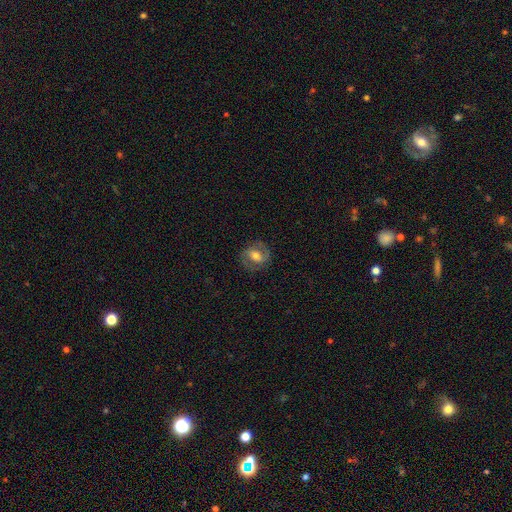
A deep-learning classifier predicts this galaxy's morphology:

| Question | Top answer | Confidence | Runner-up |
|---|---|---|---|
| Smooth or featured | featured or disk | 63% | smooth (29%) |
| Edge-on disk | no | 96% | yes (4%) |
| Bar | weak | 43% | no (30%) |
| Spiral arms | yes | 85% | no (15%) |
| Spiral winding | medium | 50% | tight (32%) |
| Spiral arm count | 2 | 86% | can't tell (7%) |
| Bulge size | moderate | 62% | small (20%) |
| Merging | none | 79% | minor disturbance (13%) |